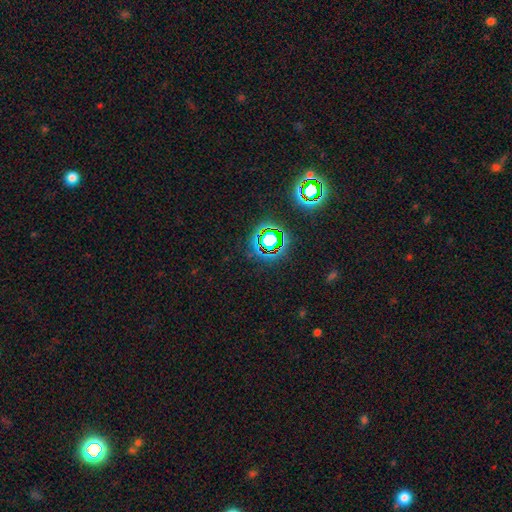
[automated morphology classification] smooth_or_featured: star or artifact (p=0.71) [alt: smooth p=0.19]